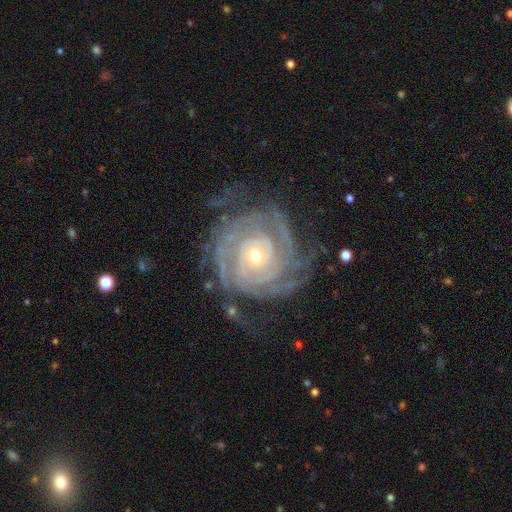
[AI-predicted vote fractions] Smooth or featured? featured or disk (91%)
Edge-on disk? no (97%)
Bar? no (73%)
Spiral arms? yes (98%)
Spiral winding? tight (82%)
Spiral arm count? can't tell (24%)
Bulge size? small (61%)
Merging? none (70%)